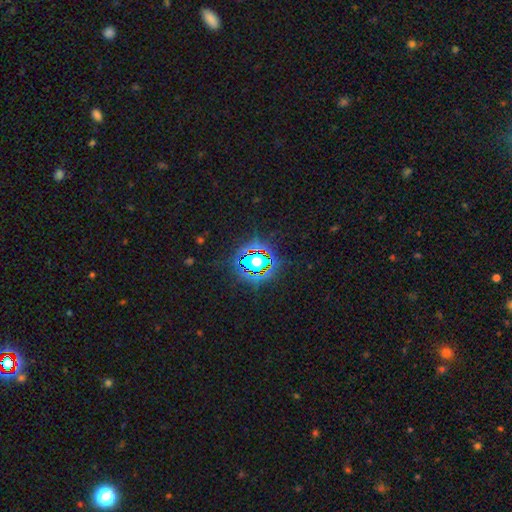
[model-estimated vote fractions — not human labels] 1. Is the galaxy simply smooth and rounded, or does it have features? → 78% star or artifact, 13% smooth, 8% featured or disk.